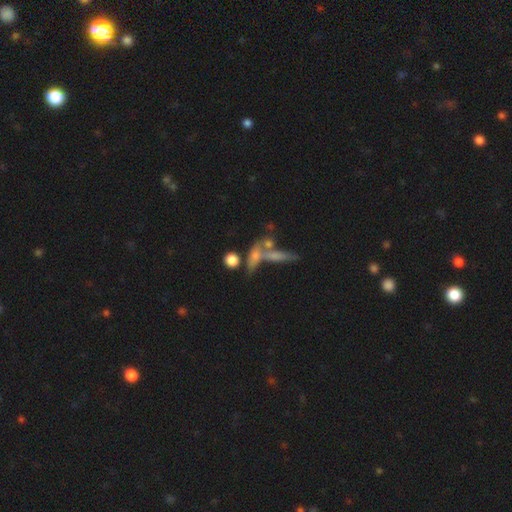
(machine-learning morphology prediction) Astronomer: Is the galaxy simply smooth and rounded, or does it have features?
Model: smooth — 58%.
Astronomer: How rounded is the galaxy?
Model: in between — 41% (runner-up: cigar-shaped, 35%).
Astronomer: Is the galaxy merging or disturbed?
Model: none — 40% (runner-up: merger, 38%).